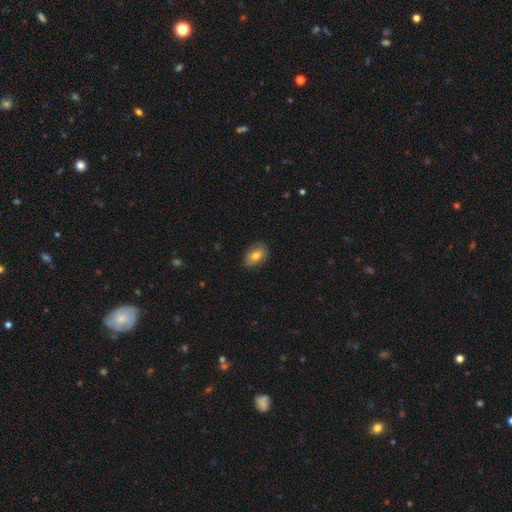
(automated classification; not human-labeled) smooth 71%, featured or disk 22%, star or artifact 8%. Down the decision tree: how rounded — in between (87%); merging — none (81%).